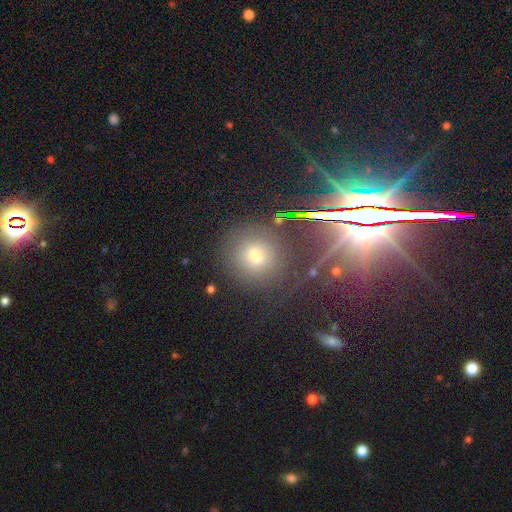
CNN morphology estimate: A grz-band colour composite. It shows a smooth galaxy with no disk features (62%) that is round (85%). Merging: none (83%).